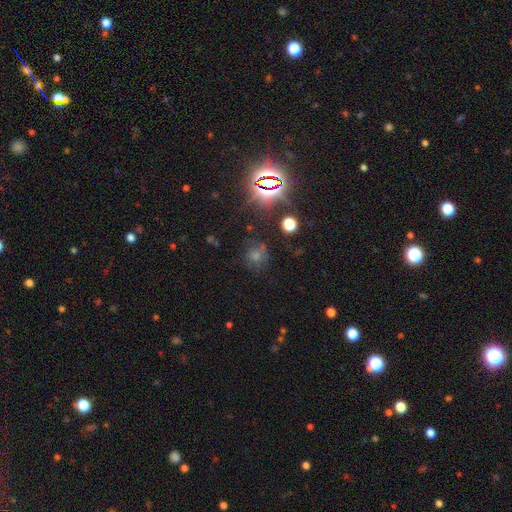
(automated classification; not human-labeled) This is possibly a star or artifact rather than a galaxy (55%).